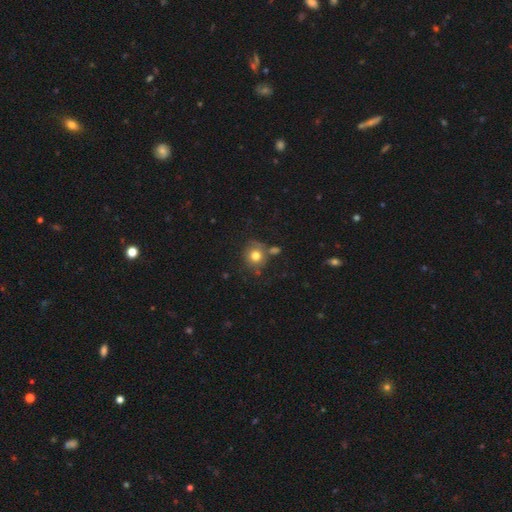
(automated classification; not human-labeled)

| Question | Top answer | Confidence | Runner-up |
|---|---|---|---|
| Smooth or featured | smooth | 76% | featured or disk (12%) |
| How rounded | round | 86% | in between (13%) |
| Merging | none | 66% | minor disturbance (16%) |